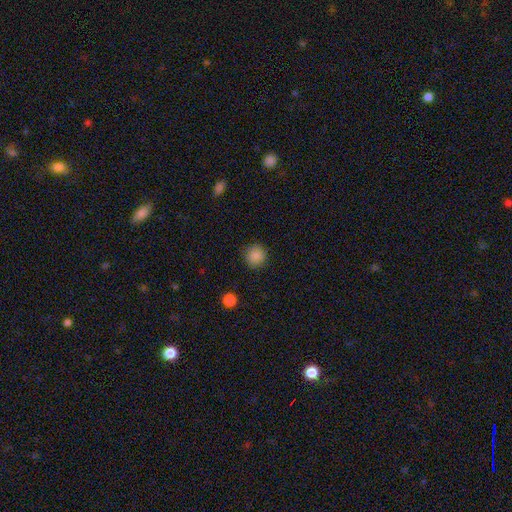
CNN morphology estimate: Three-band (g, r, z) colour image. It shows a smooth galaxy with no disk features (87%) that is round (93%). Merging: none (89%).